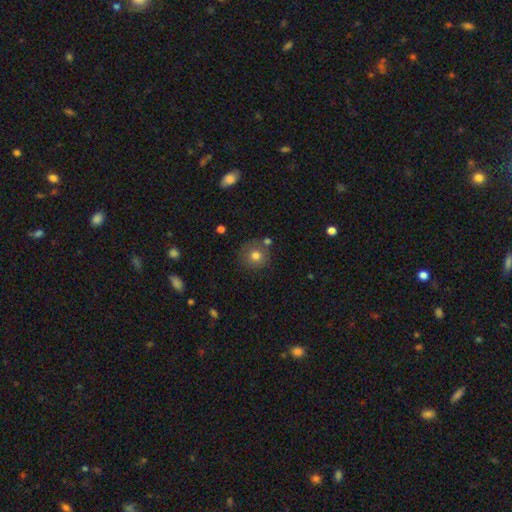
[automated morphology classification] smooth_or_featured: smooth (p=0.76) [alt: featured or disk p=0.12]
how_rounded: round (p=0.91) [alt: in between p=0.08]
merging: none (p=0.76) [alt: minor disturbance p=0.11]